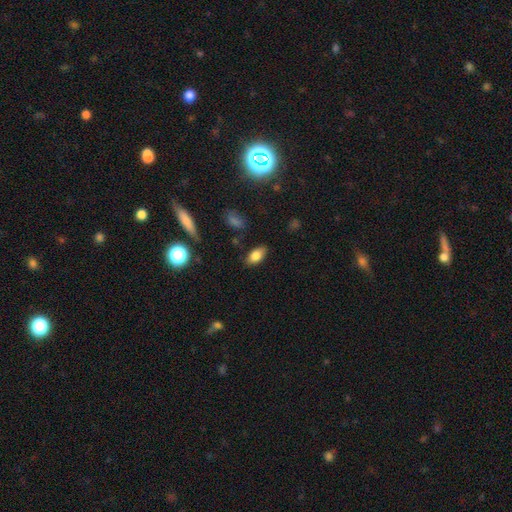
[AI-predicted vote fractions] smooth_or_featured: smooth (p=0.81) [alt: featured or disk p=0.10]
how_rounded: in between (p=0.91) [alt: round p=0.05]
merging: none (p=0.84) [alt: minor disturbance p=0.12]